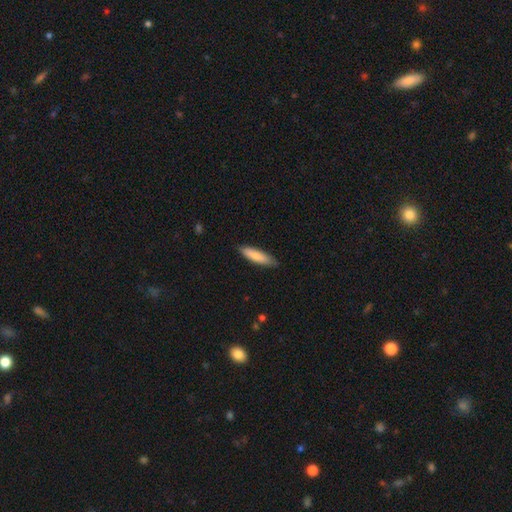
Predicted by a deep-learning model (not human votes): Smooth or featured: smooth — 81% (featured or disk — 14%)
How rounded: cigar-shaped — 70% (in between — 28%)
Merging: none — 84% (minor disturbance — 13%)